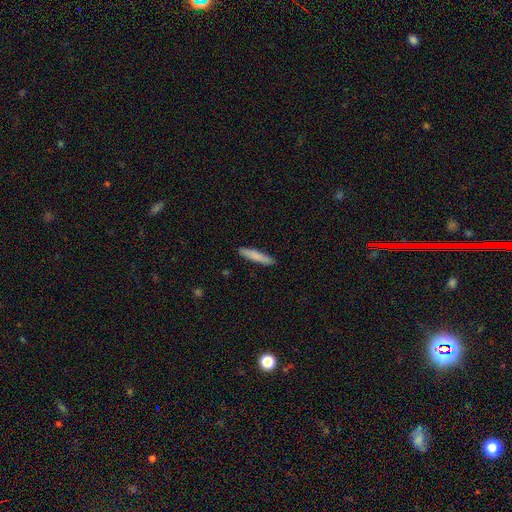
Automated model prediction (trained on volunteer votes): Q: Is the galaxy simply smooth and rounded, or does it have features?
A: smooth — 82%.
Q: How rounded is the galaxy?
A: cigar-shaped — 90%.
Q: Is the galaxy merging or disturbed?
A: none — 90%.